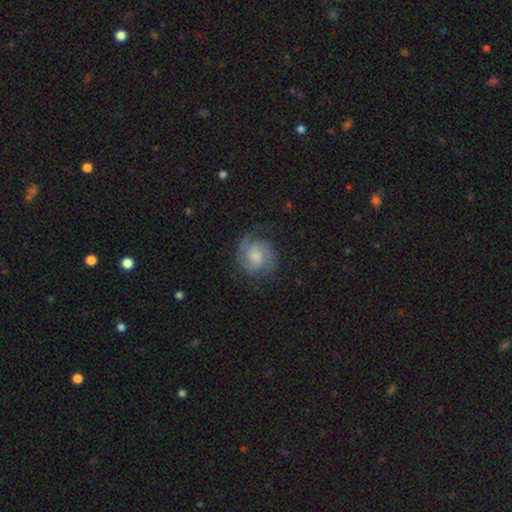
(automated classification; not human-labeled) Smooth or featured? featured or disk (71%)
Edge-on disk? no (98%)
Bar? no (59%)
Spiral arms? yes (94%)
Spiral winding? medium (43%)
Spiral arm count? 2 (66%)
Bulge size? moderate (40%)
Merging? none (67%)